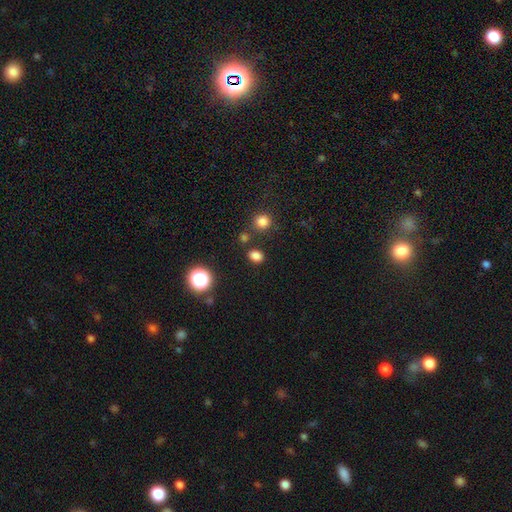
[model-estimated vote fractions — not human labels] Smooth or featured? smooth (79%)
How rounded? in between (62%)
Merging? none (81%)